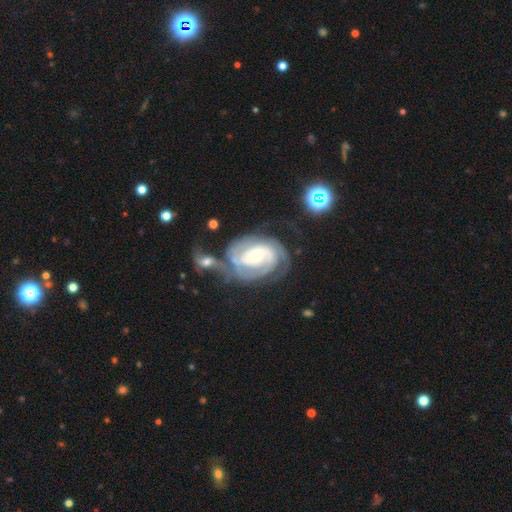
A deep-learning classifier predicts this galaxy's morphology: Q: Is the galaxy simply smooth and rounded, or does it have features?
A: featured or disk — 89%.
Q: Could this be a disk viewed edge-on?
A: no — 97%.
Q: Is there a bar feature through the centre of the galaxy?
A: no — 54%.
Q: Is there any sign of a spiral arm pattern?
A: yes — 97%.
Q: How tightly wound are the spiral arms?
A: tight — 66%.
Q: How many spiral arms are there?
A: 2 — 56%.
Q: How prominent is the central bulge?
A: small — 52%.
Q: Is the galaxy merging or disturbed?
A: none — 43%.